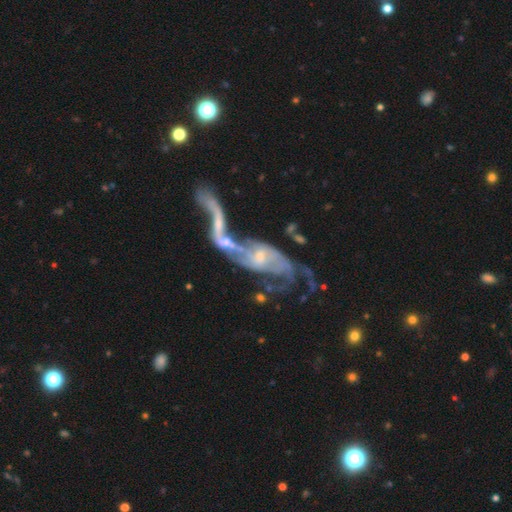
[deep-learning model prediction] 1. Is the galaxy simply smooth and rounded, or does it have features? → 79% featured or disk, 11% star or artifact, 10% smooth.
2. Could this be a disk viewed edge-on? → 88% no, 12% yes.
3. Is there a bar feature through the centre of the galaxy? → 58% no, 30% weak, 12% strong.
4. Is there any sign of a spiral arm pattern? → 84% yes, 16% no.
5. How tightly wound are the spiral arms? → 39% loose, 34% medium, 26% tight.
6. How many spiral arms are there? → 41% 2, 33% can't tell, 9% 3, 7% 1, 5% 4, 4% more than 4.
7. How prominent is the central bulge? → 60% small, 28% moderate, 8% none, 2% large, 1% dominant.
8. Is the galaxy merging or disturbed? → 59% merger, 19% none, 14% major disturbance, 9% minor disturbance.